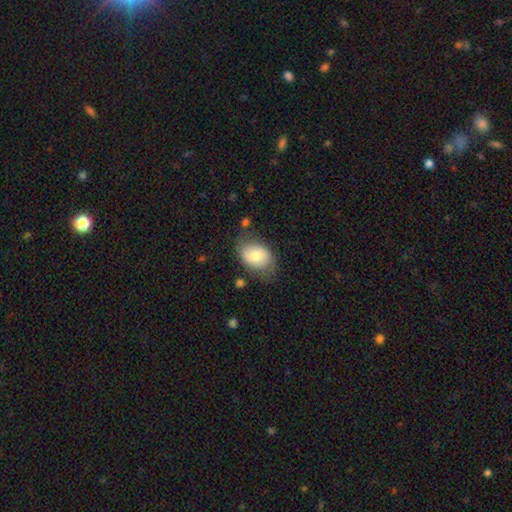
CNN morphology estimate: The model was most divided on "merging": none: 60%, minor disturbance: 27%, major disturbance: 10%, merger: 3%. More confident: how rounded — in between (77%); smooth or featured — smooth (72%).